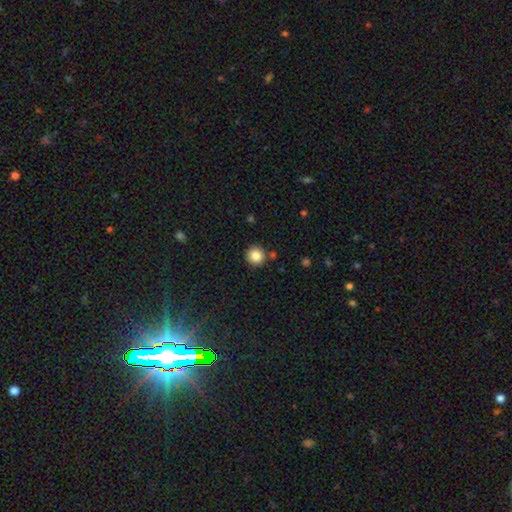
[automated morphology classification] The model was most divided on "smooth or featured": smooth: 85%, star or artifact: 10%, featured or disk: 5%. More confident: how rounded — round (94%); merging — none (87%).